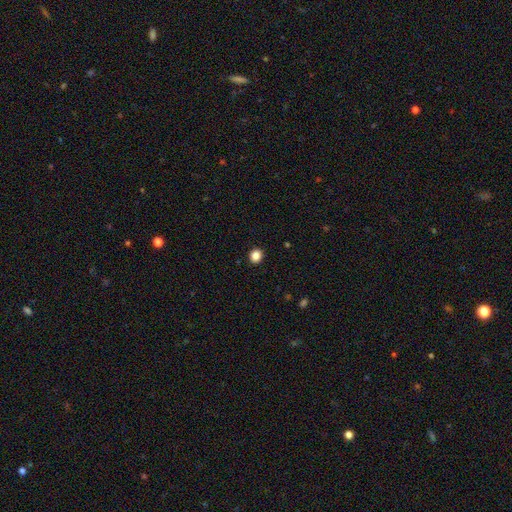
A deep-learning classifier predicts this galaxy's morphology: A smooth galaxy with no disk features (86%) that is round (81%). Merging: none (92%).